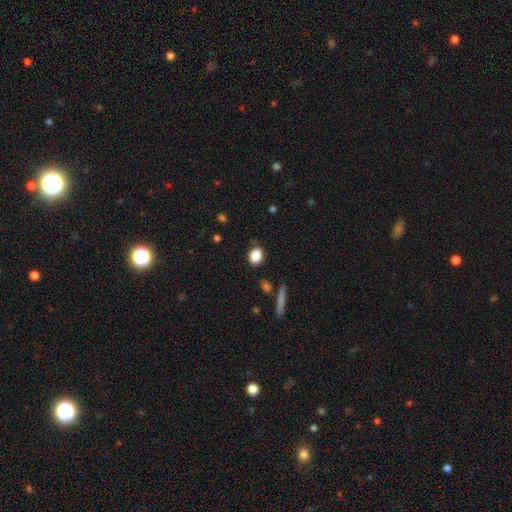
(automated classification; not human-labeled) smooth 86%, star or artifact 8%, featured or disk 5%. Down the decision tree: how rounded — in between (63%); merging — none (82%).